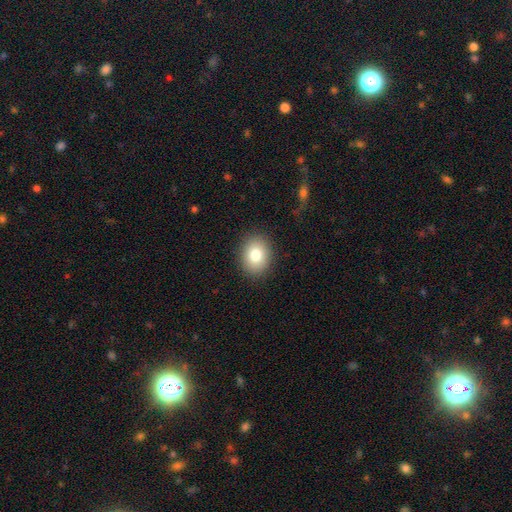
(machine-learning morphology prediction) This appears to be a smooth galaxy with no disk features (79%) that is round (67%). Merging: none (92%).